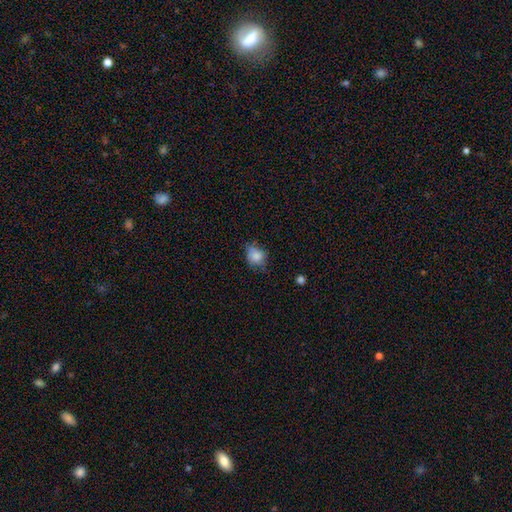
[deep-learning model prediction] Smooth or featured?
  - smooth: 81% *
  - star or artifact: 10%
  - featured or disk: 10%
How rounded?
  - round: 60% *
  - in between: 39%
  - cigar-shaped: 1%
Merging?
  - none: 56% *
  - minor disturbance: 33%
  - major disturbance: 9%
  - merger: 2%